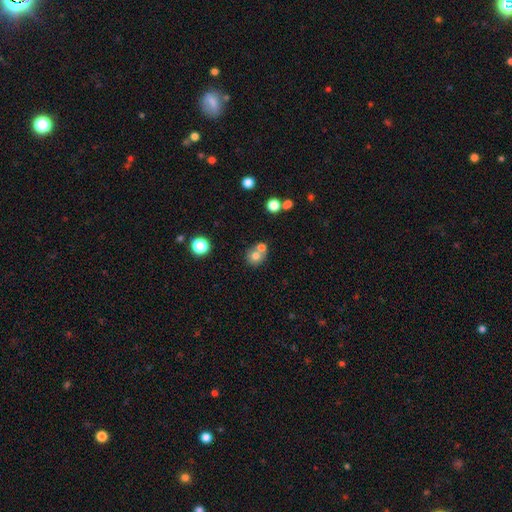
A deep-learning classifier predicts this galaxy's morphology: Overall: smooth (72%). How rounded: round (79%). Merging: merger (45%; none 44%).